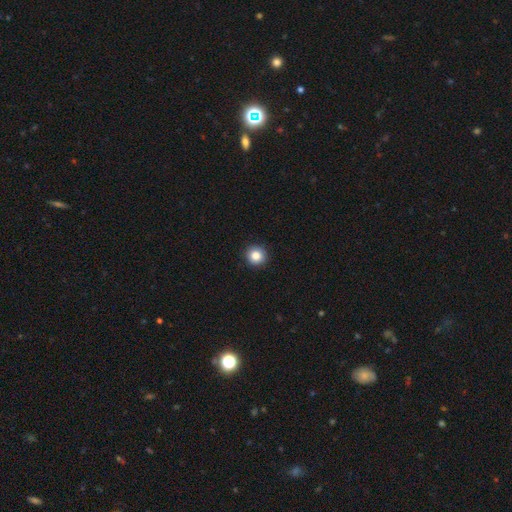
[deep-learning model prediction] A smooth galaxy with no disk features (85%) that is round (93%).

Vote fractions:
- Smooth or featured? smooth: 85% / star or artifact: 10% / featured or disk: 5%
- How rounded? round: 93% / in between: 6% / cigar-shaped: 1%
- Merging? none: 92% / minor disturbance: 5% / major disturbance: 2% / merger: 1%